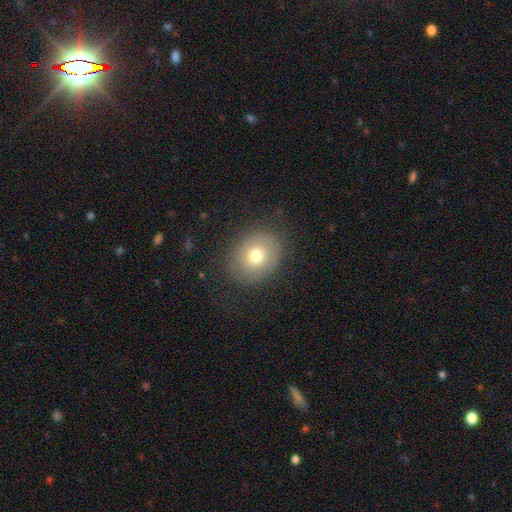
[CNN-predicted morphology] Smooth or featured?
  - smooth: 67% *
  - featured or disk: 23%
  - star or artifact: 10%
How rounded?
  - round: 53% *
  - in between: 46%
  - cigar-shaped: 1%
Merging?
  - none: 80% *
  - minor disturbance: 14%
  - major disturbance: 6%
  - merger: 1%